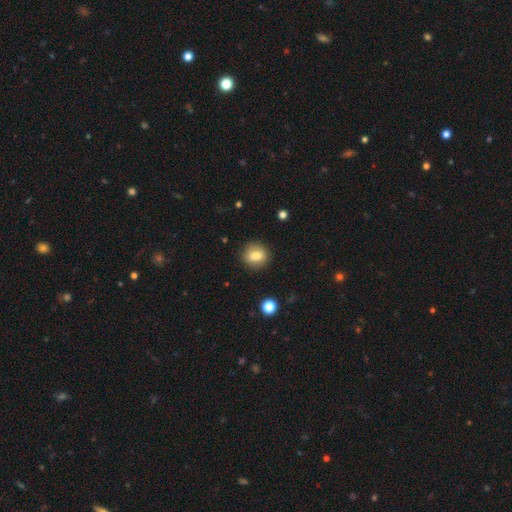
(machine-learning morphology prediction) This is likely a smooth galaxy (79%). How rounded: likely round (75%). Merging: clearly none (86%).